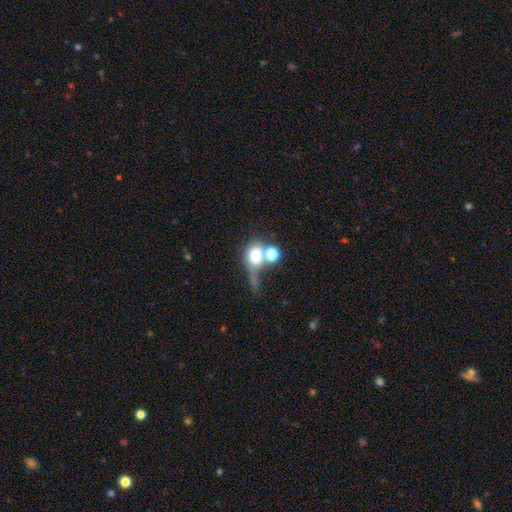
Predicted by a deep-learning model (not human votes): Smooth or featured: smooth — 64% (featured or disk — 22%)
How rounded: round — 50% (in between — 46%)
Merging: merger — 46% (none — 24%)